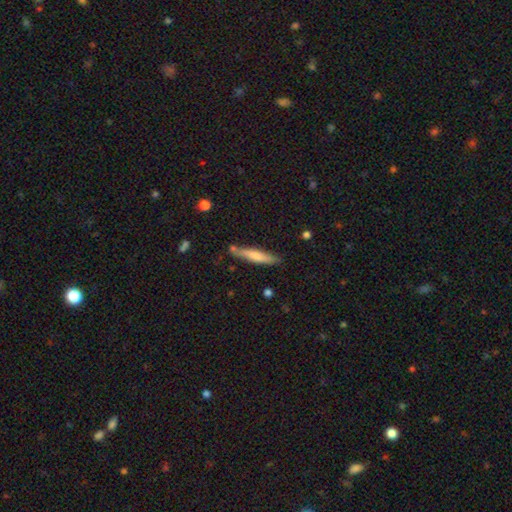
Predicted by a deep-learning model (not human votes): This appears to be a smooth galaxy with no disk features (63%) that is cigar-shaped (89%). Merging: none (77%).